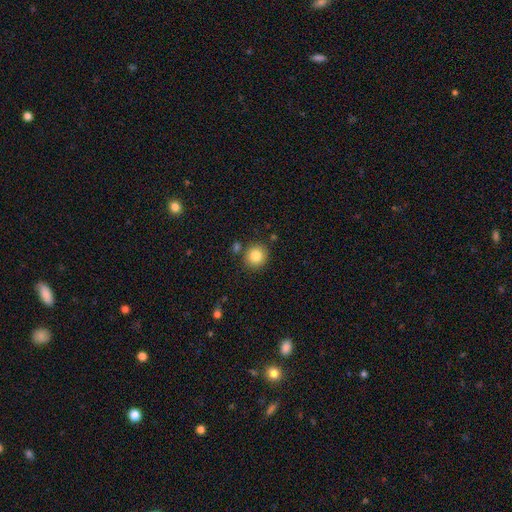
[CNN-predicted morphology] Smooth or featured?
  - smooth: 83% *
  - star or artifact: 10%
  - featured or disk: 7%
How rounded?
  - round: 89% *
  - in between: 10%
  - cigar-shaped: 1%
Merging?
  - none: 83% *
  - minor disturbance: 9%
  - merger: 6%
  - major disturbance: 3%